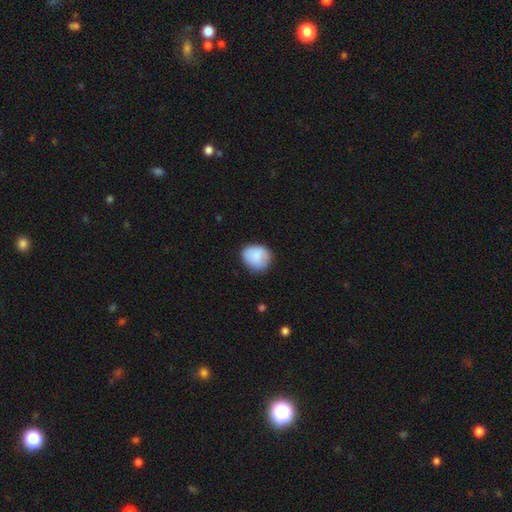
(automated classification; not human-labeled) This is clearly a smooth galaxy (85%). How rounded: likely round (71%). Merging: likely none (75%).